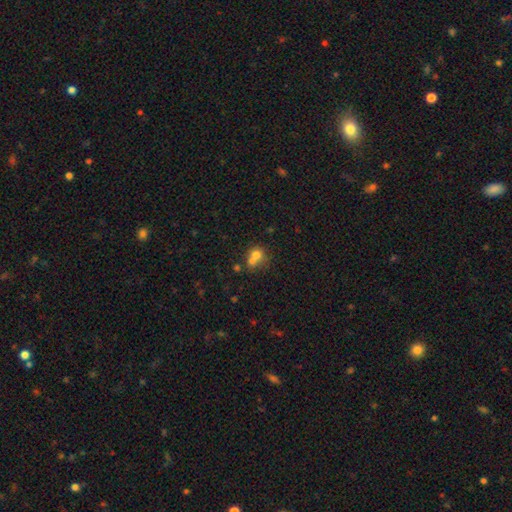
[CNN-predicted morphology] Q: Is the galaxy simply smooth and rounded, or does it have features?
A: smooth — 71%.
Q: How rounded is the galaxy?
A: round — 76%.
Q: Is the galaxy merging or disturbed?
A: merger — 56%.